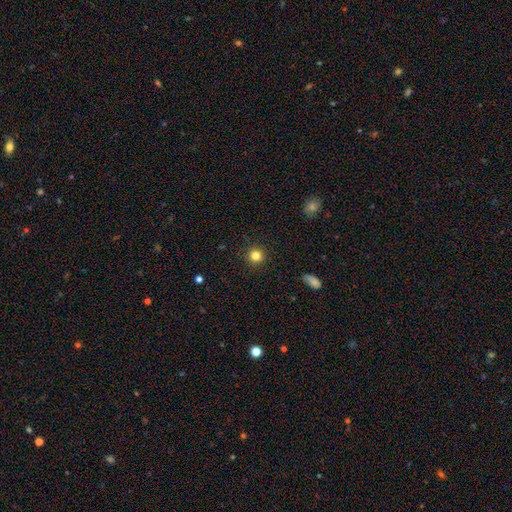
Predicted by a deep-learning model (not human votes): Smooth or featured?
  - smooth: 83% *
  - star or artifact: 12%
  - featured or disk: 5%
How rounded?
  - round: 94% *
  - in between: 5%
  - cigar-shaped: 1%
Merging?
  - none: 91% *
  - minor disturbance: 6%
  - major disturbance: 2%
  - merger: 1%